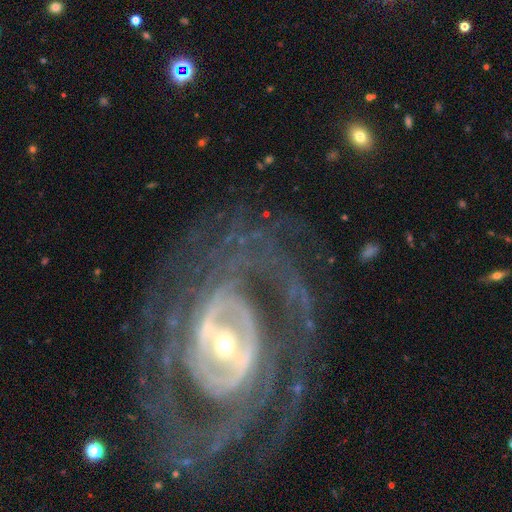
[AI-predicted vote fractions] This appears to be a featured or disk galaxy (89%) with a strong bar (39%), 2 (33%) tight (58%) spiral arms (90%) and a small central bulge (53%). Merging: none (70%).